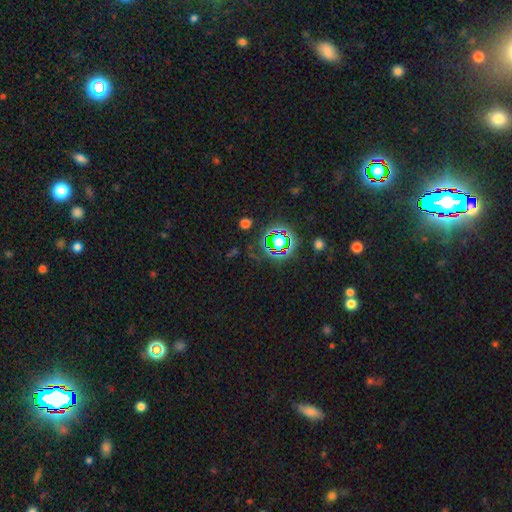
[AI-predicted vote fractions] The model was most divided on "smooth or featured": star or artifact: 75%, smooth: 16%, featured or disk: 9%.